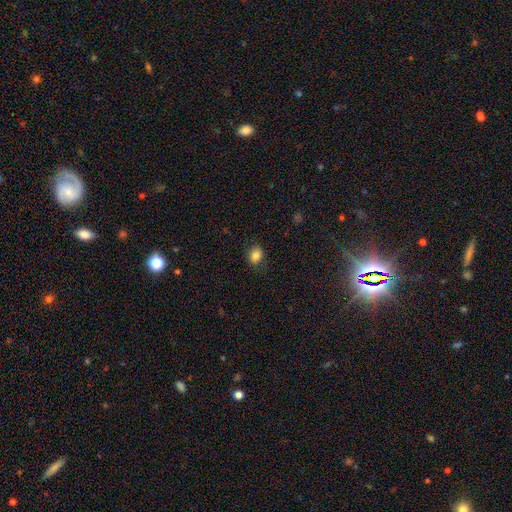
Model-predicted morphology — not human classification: smooth_or_featured: smooth (p=0.83) [alt: star or artifact p=0.10]
how_rounded: in between (p=0.57) [alt: round p=0.42]
merging: none (p=0.85) [alt: minor disturbance p=0.12]